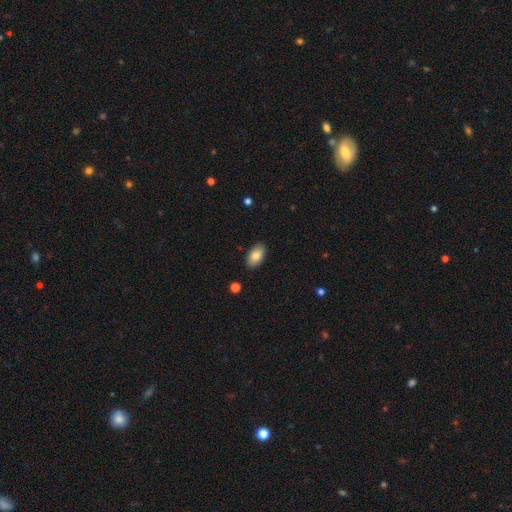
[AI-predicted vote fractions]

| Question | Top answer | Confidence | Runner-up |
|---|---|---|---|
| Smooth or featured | smooth | 81% | featured or disk (12%) |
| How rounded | in between | 94% | round (4%) |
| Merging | none | 89% | minor disturbance (9%) |